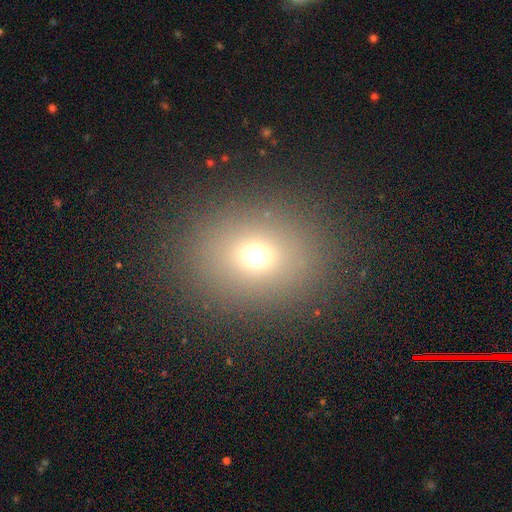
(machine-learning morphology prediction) type=smooth (68%); roundness=round (62%); merging=none (85%).